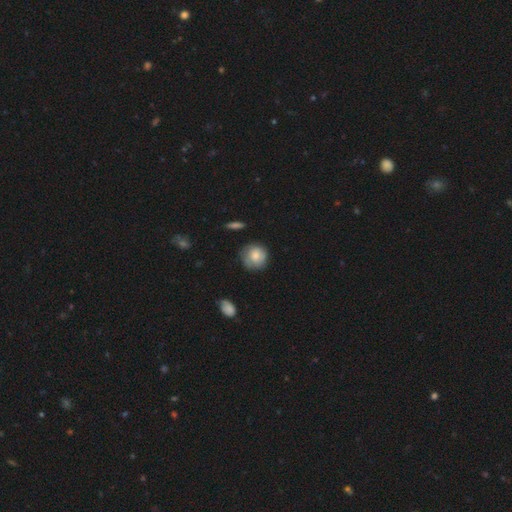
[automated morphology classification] This appears to be a smooth galaxy with no disk features (76%) that is round (89%). Merging: none (73%).